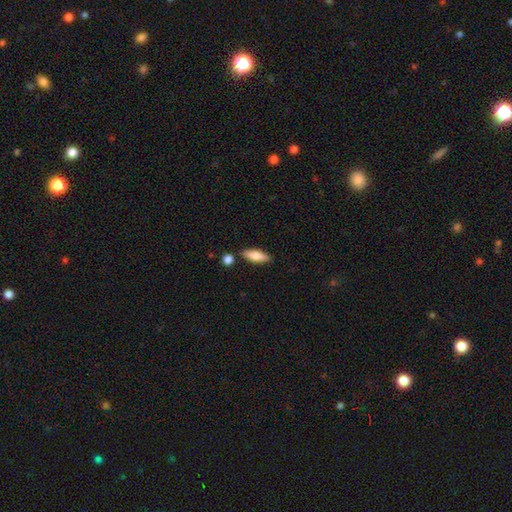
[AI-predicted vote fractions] Overall: smooth (74%). How rounded: in between (57%; cigar-shaped 41%). Merging: none (82%).